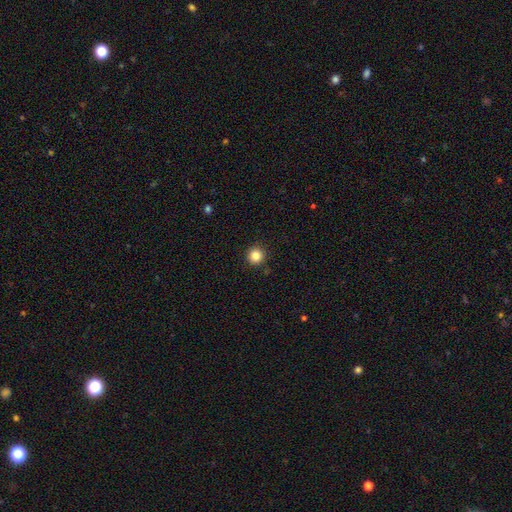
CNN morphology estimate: A smooth galaxy with no disk features (84%) that is round (95%). Merging: none (92%).